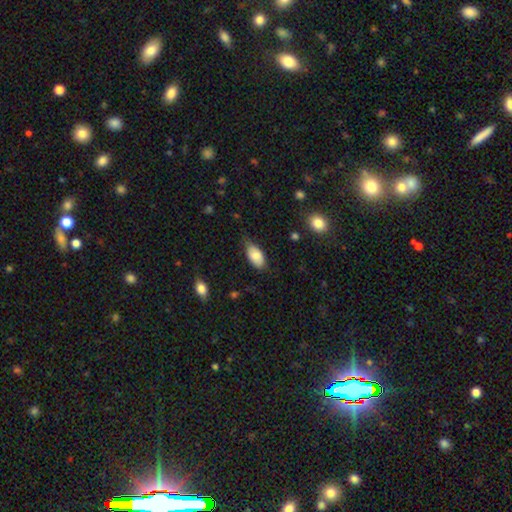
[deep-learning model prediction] This is likely a smooth galaxy (79%). How rounded: clearly in between (93%). Merging: possibly none (59%).